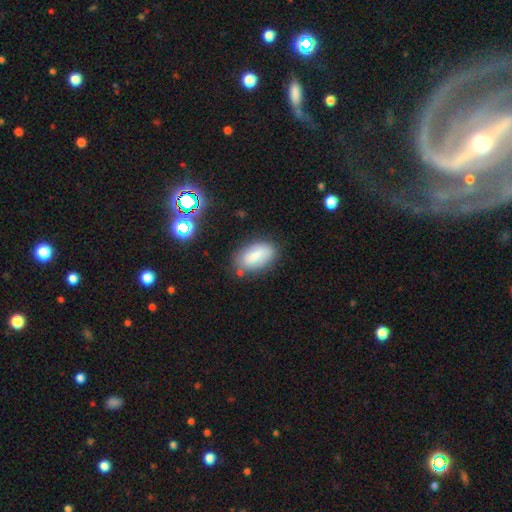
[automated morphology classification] This appears to be a smooth galaxy with no disk features (81%) that is in between round and cigar-shaped (92%). Merging: none (74%).